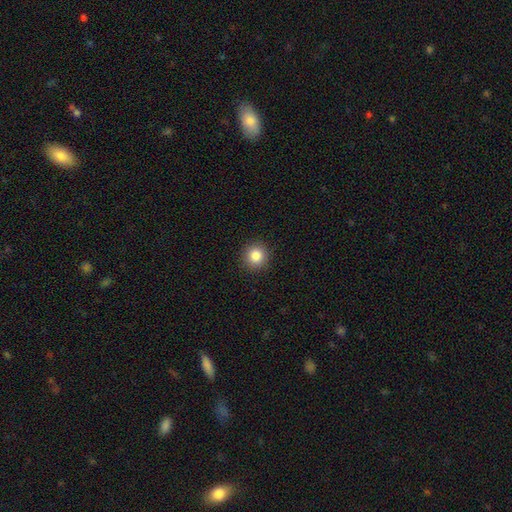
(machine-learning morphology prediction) The model was most divided on "smooth or featured": smooth: 86%, star or artifact: 10%, featured or disk: 4%. More confident: how rounded — round (92%); merging — none (92%).